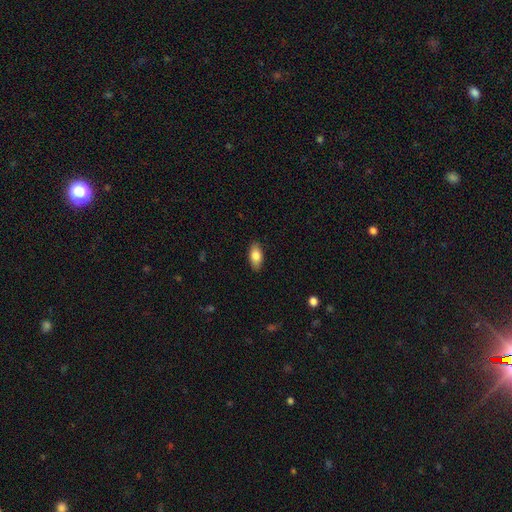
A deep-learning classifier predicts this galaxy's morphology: A smooth galaxy with no disk features (82%) that is in between round and cigar-shaped (90%).

Vote fractions:
- Smooth or featured? smooth: 82% / featured or disk: 11% / star or artifact: 7%
- How rounded? in between: 90% / cigar-shaped: 6% / round: 3%
- Merging? none: 88% / minor disturbance: 9% / major disturbance: 2% / merger: 1%